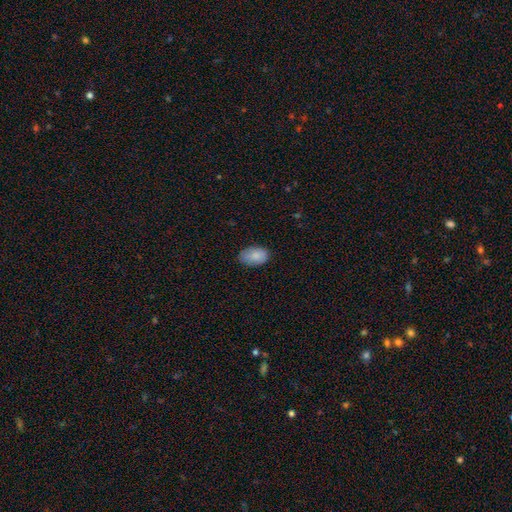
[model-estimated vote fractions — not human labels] Smooth or featured? smooth (86%)
How rounded? in between (89%)
Merging? none (79%)